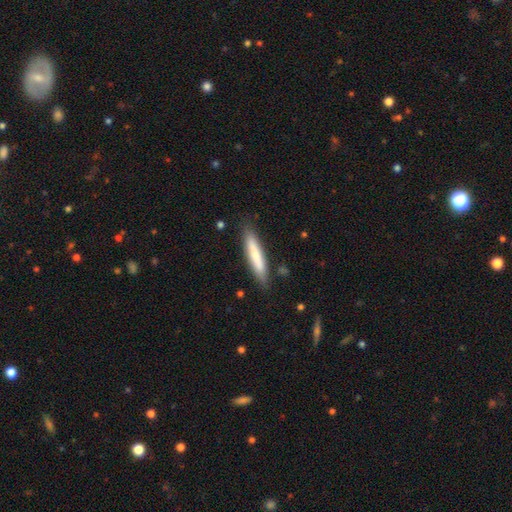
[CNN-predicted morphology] The model was most divided on "smooth or featured": smooth: 71%, featured or disk: 24%, star or artifact: 6%. More confident: how rounded — cigar-shaped (90%); merging — none (84%).